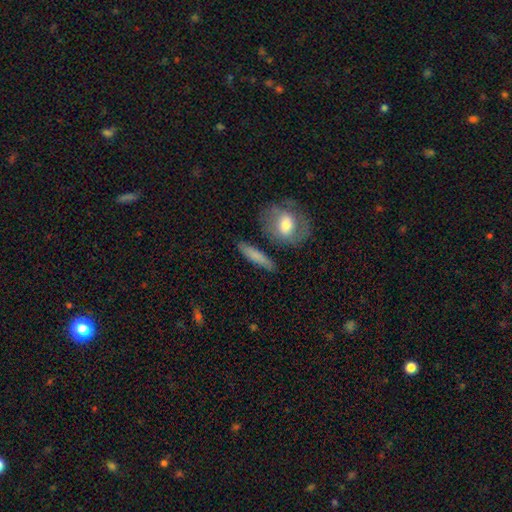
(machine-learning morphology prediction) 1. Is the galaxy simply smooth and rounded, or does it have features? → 73% smooth, 21% featured or disk, 7% star or artifact.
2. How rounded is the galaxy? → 73% cigar-shaped, 21% in between, 6% round.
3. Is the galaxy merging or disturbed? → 79% none, 12% minor disturbance, 6% merger, 3% major disturbance.